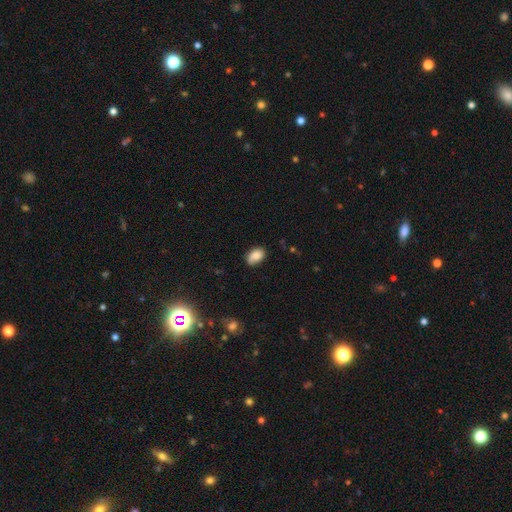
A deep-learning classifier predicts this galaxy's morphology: A smooth galaxy with no disk features (82%) that is in between round and cigar-shaped (88%). Merging: none (68%).